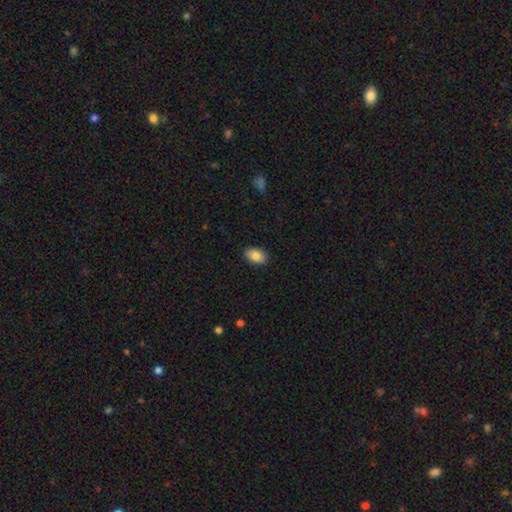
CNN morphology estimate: This appears to be a smooth galaxy with no disk features (84%) that is in between round and cigar-shaped (90%). Merging: none (89%).